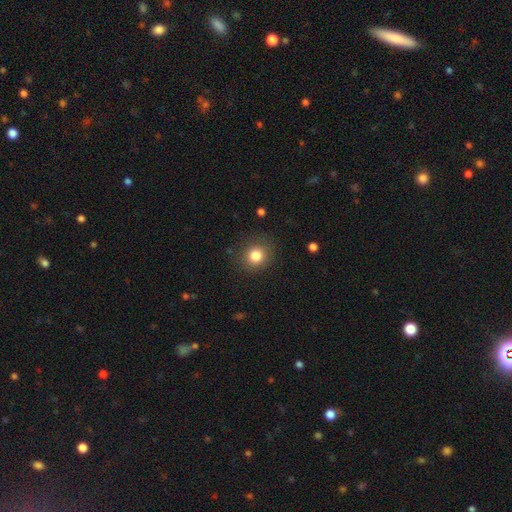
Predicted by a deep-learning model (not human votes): Smooth or featured?
  - smooth: 82% *
  - star or artifact: 11%
  - featured or disk: 7%
How rounded?
  - round: 82% *
  - in between: 17%
  - cigar-shaped: 1%
Merging?
  - none: 85% *
  - minor disturbance: 10%
  - major disturbance: 4%
  - merger: 1%